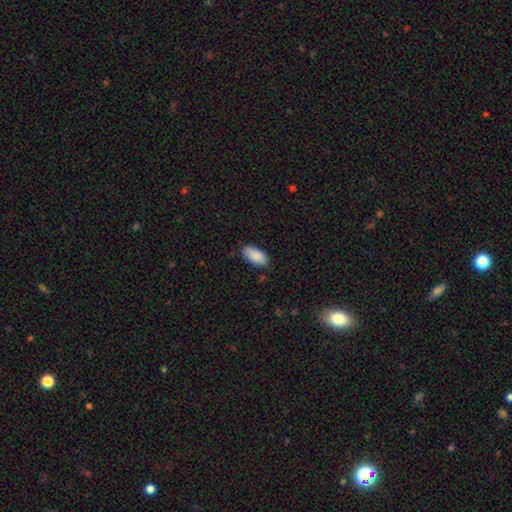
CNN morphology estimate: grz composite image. It shows a smooth galaxy with no disk features (88%) that is in between round and cigar-shaped (92%). Merging: none (83%).